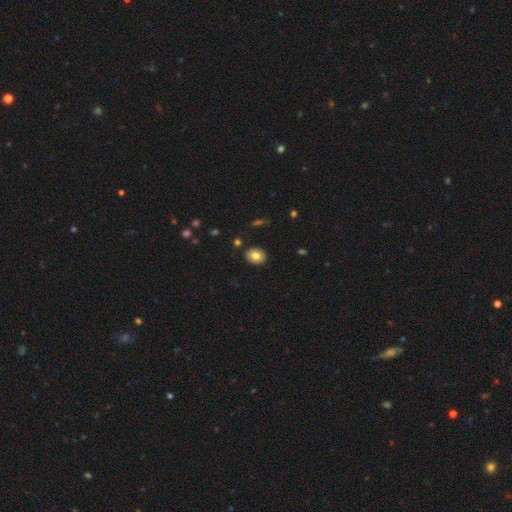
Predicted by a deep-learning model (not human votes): Overall: smooth (77%). How rounded: in between (51%; round 48%). Merging: none (89%).